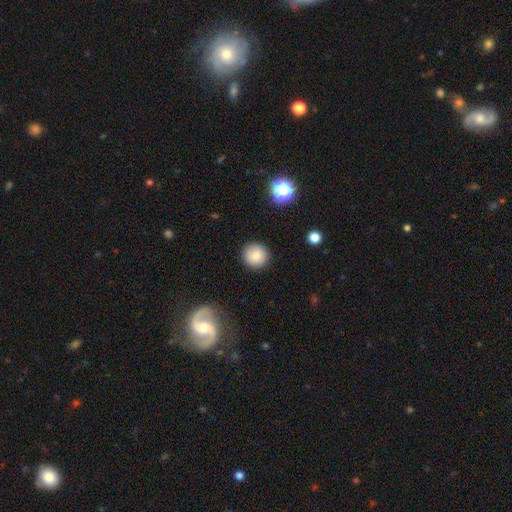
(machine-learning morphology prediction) A smooth galaxy with no disk features (82%) that is round (94%). Merging: none (90%).